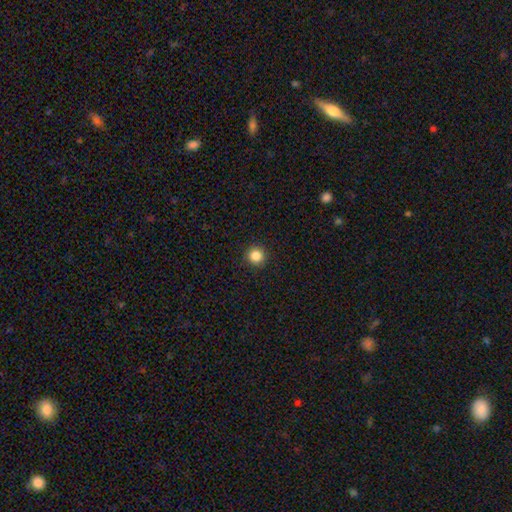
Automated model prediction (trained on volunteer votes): Overall: smooth (85%). How rounded: round (96%). Merging: none (93%).